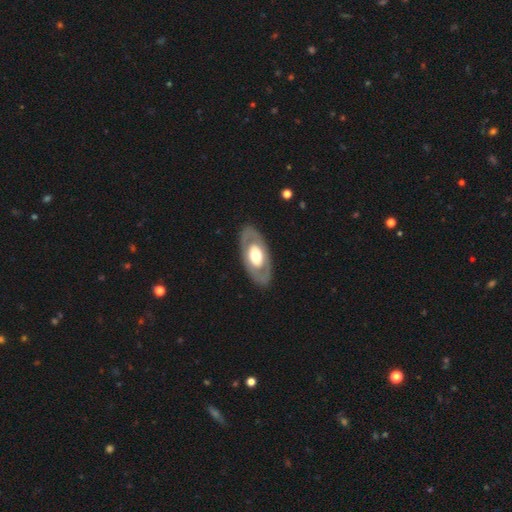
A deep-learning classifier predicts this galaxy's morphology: Overall: featured or disk (59%; smooth 37%). Edge-on disk: no (87%). Bar: no (83%). Spiral arms: no (84%). Bulge size: moderate (50%; large 41%). Merging: none (85%).